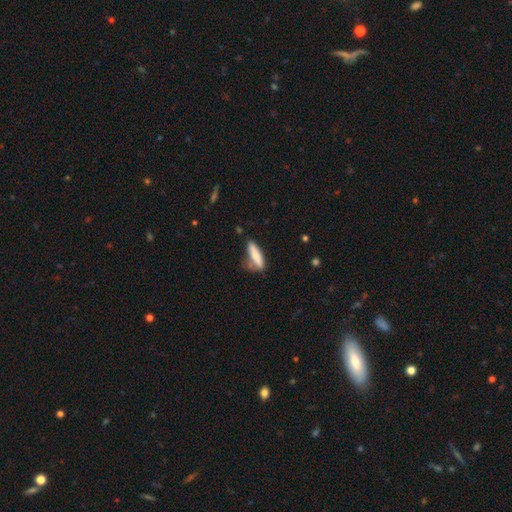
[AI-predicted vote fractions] smooth_or_featured: smooth (p=0.76) [alt: featured or disk p=0.18]
how_rounded: cigar-shaped (p=0.70) [alt: in between p=0.28]
merging: none (p=0.58) [alt: minor disturbance p=0.27]